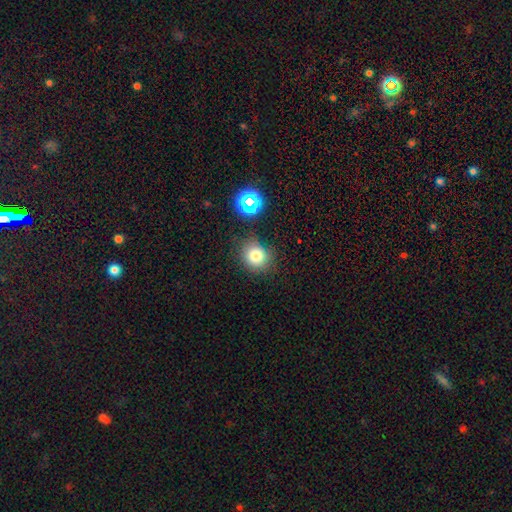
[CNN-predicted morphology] Smooth or featured? Predicted: smooth (p=0.78). How rounded? Predicted: round (p=0.81). Merging? Predicted: none (p=0.78).